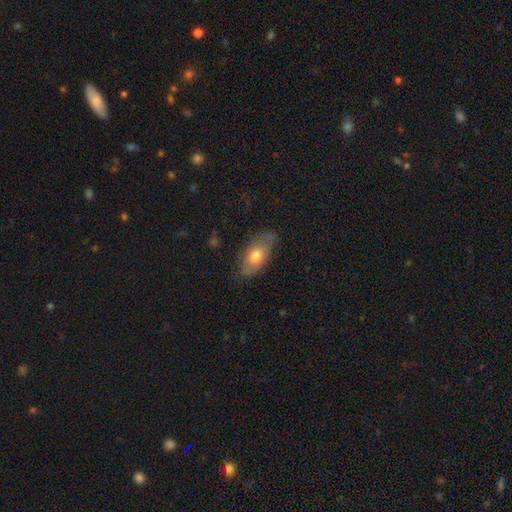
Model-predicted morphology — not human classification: type=smooth (63%); roundness=in between (88%); merging=none (70%).